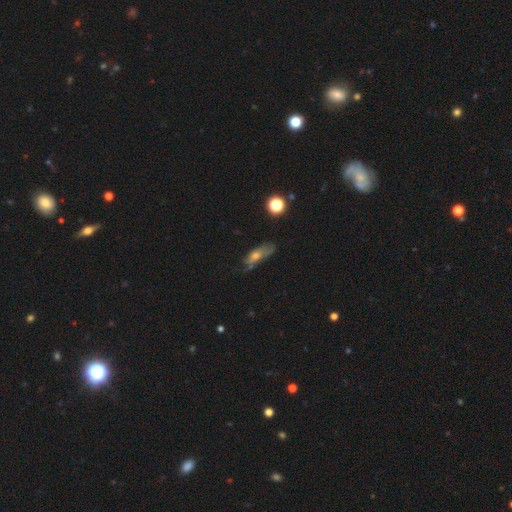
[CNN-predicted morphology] smooth-or-featured: smooth: 52% | featured or disk: 34% | star or artifact: 15%
  how-rounded: in between: 60% | cigar-shaped: 34% | round: 6%
  merging: none: 44% | minor disturbance: 32% | major disturbance: 19% | merger: 5%